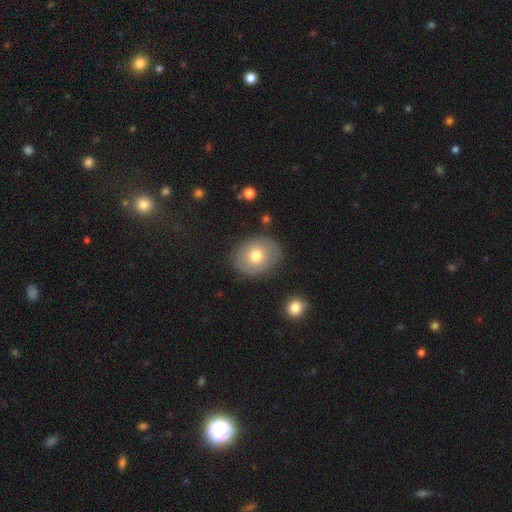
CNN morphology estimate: Smooth or featured: smooth — 67% (featured or disk — 25%)
How rounded: round — 55% (in between — 44%)
Merging: none — 84% (minor disturbance — 11%)